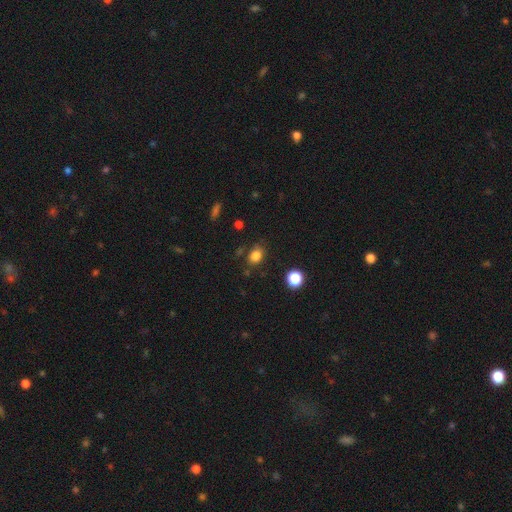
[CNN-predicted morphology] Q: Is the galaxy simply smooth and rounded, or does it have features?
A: smooth — 81%.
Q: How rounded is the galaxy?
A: in between — 55%.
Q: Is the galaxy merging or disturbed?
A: none — 74%.